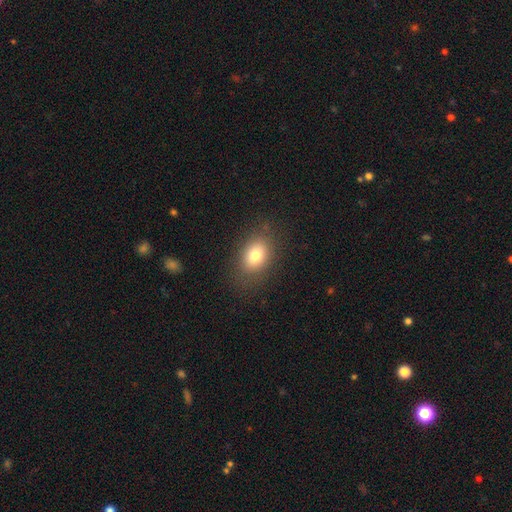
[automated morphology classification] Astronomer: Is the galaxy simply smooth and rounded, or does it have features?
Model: smooth — 78%.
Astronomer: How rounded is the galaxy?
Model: in between — 74%.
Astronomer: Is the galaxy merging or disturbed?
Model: none — 82%.